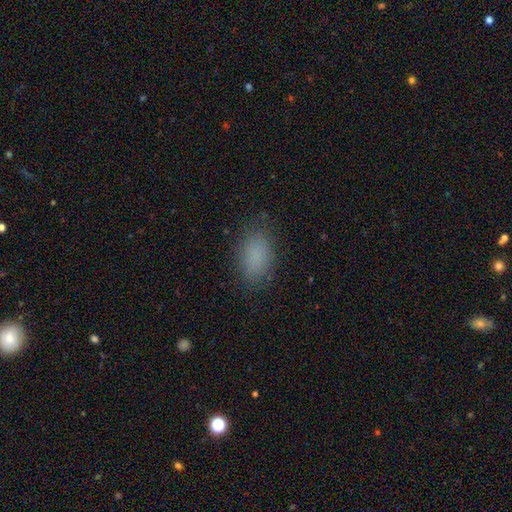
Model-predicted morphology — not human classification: smooth 85%, star or artifact 10%, featured or disk 5%. Down the decision tree: how rounded — in between (90%); merging — none (83%).